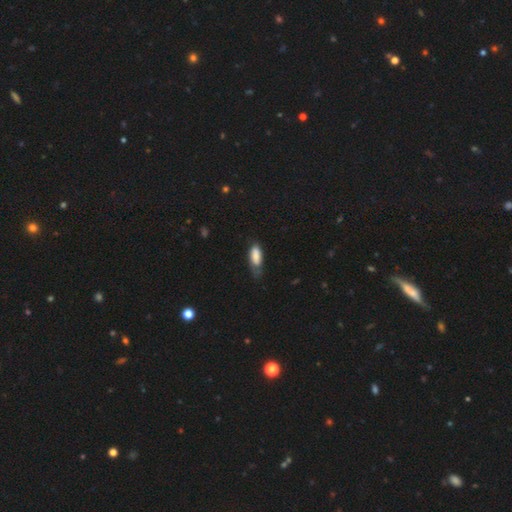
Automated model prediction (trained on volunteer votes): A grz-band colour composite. It shows a smooth galaxy with no disk features (79%) that is in between round and cigar-shaped (76%). Merging: none (40%, tied with minor disturbance).